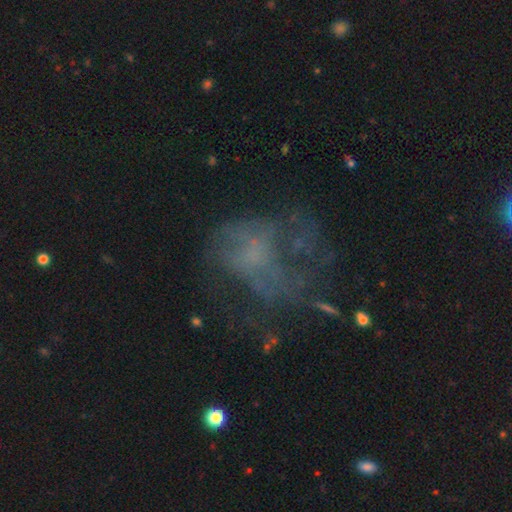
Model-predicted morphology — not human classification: A featured or disk galaxy (49%). Merging: major disturbance (42%).